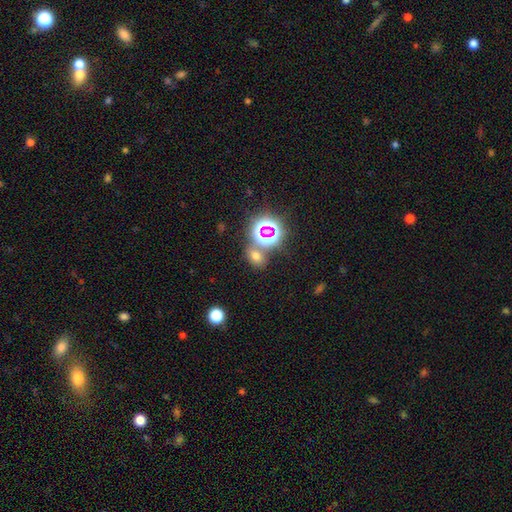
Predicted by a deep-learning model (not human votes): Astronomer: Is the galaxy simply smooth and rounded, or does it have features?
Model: smooth — 58% (runner-up: star or artifact, 33%).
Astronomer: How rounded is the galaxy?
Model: in between — 57% (runner-up: round, 41%).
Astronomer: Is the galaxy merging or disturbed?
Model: none — 71%.